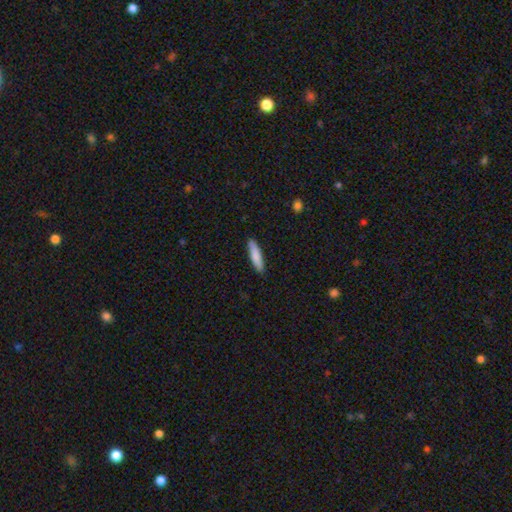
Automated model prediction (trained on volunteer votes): Smooth or featured? Predicted: smooth (p=0.82). How rounded? Predicted: cigar-shaped (p=0.79). Merging? Predicted: none (p=0.89).